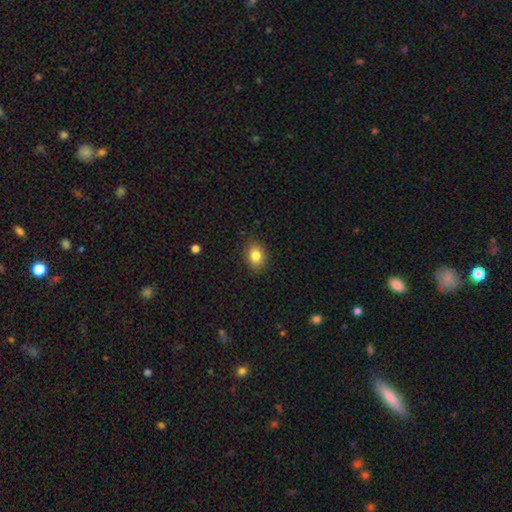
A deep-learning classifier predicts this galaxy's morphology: smooth 83%, star or artifact 10%, featured or disk 7%. Down the decision tree: how rounded — in between (56%); merging — none (87%).